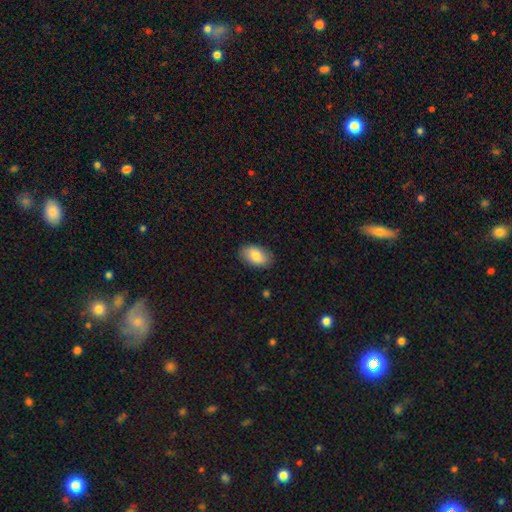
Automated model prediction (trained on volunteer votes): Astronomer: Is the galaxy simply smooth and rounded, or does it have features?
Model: smooth — 83%.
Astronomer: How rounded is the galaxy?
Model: in between — 92%.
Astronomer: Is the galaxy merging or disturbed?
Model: none — 87%.